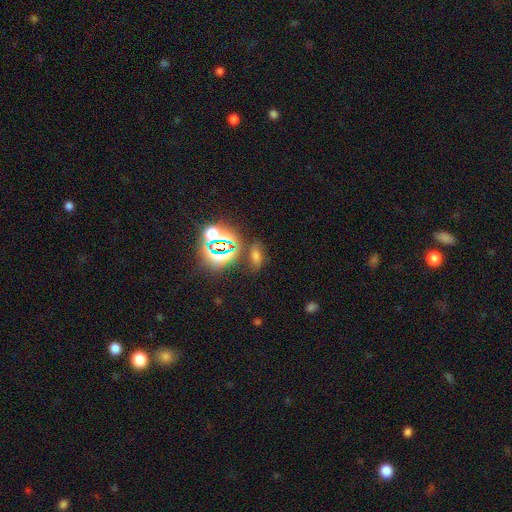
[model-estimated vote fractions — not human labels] A smooth galaxy with no disk features (51%) that is in between round and cigar-shaped (80%). Merging: none (71%).